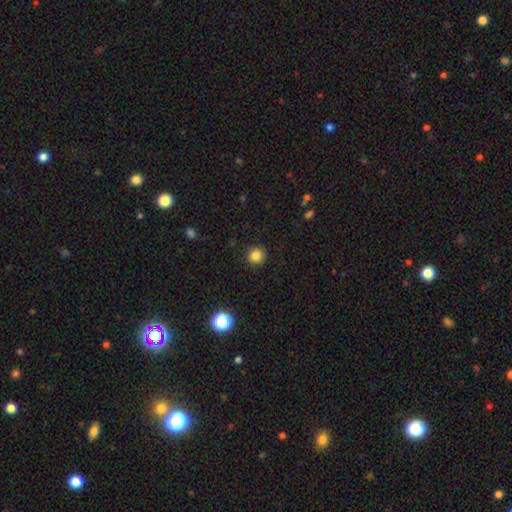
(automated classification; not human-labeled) Smooth or featured? Predicted: smooth (p=0.84). How rounded? Predicted: round (p=0.93). Merging? Predicted: none (p=0.92).